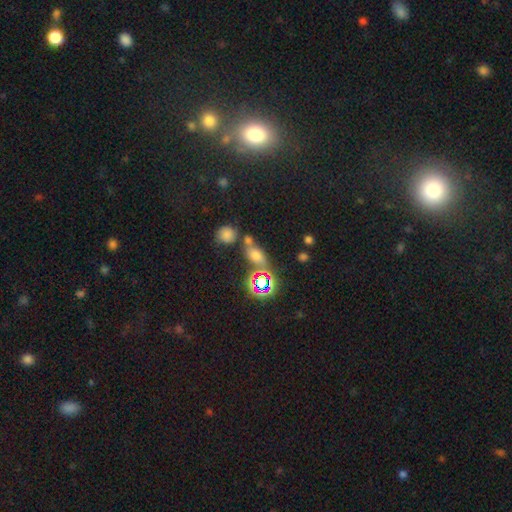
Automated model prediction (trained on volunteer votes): A smooth galaxy with no disk features (49%).

Vote fractions:
- Smooth or featured? smooth: 49% / star or artifact: 37% / featured or disk: 14%
- Merging? none: 53% / merger: 26% / minor disturbance: 13% / major disturbance: 7%